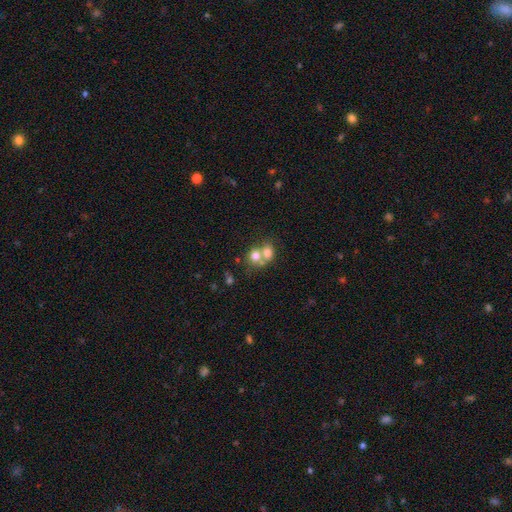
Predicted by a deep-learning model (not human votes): A smooth galaxy with no disk features (73%) that is round (64%).

Vote fractions:
- Smooth or featured? smooth: 73% / featured or disk: 16% / star or artifact: 11%
- How rounded? round: 64% / in between: 35% / cigar-shaped: 1%
- Merging? merger: 64% / none: 27% / minor disturbance: 6% / major disturbance: 3%